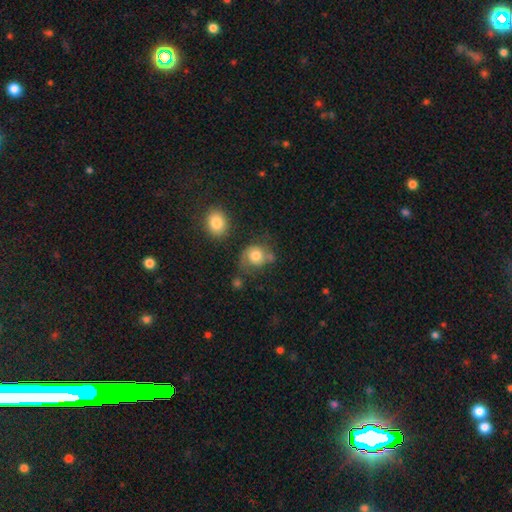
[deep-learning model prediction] Smooth or featured: smooth — 66% (featured or disk — 25%)
How rounded: round — 71% (in between — 28%)
Merging: none — 46% (minor disturbance — 26%)